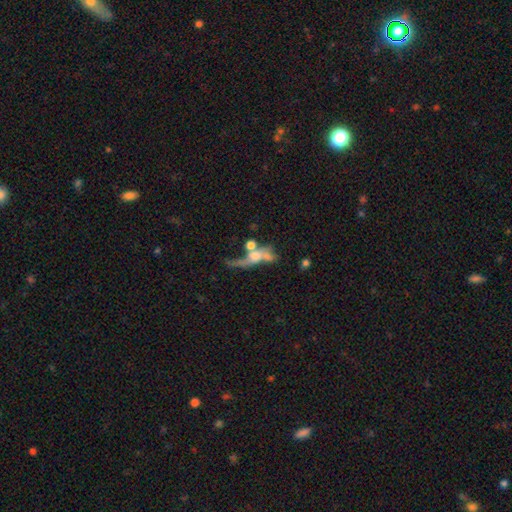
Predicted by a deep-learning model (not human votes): featured or disk 53%, smooth 35%, star or artifact 12%. Down the decision tree: edge-on disk — no (75%); merging — merger (39%).